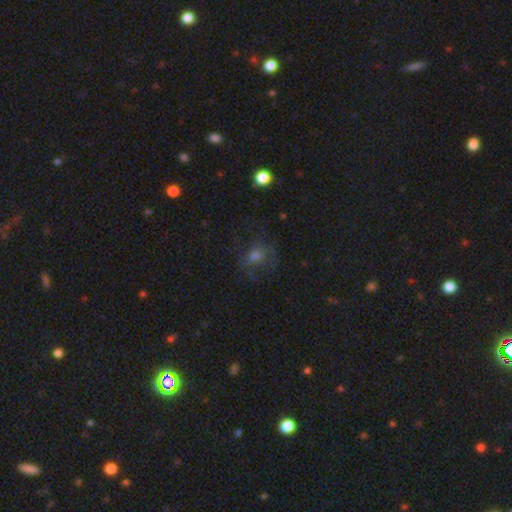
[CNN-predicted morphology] type=smooth (44%); merging=none (58%).